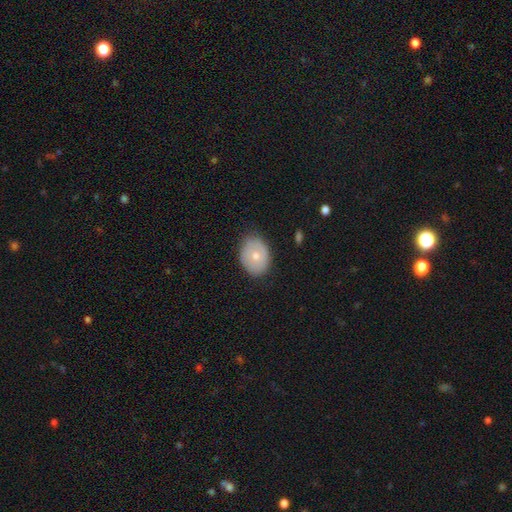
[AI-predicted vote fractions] Smooth or featured: smooth — 62% (featured or disk — 31%)
How rounded: in between — 54% (round — 45%)
Merging: none — 76% (minor disturbance — 19%)